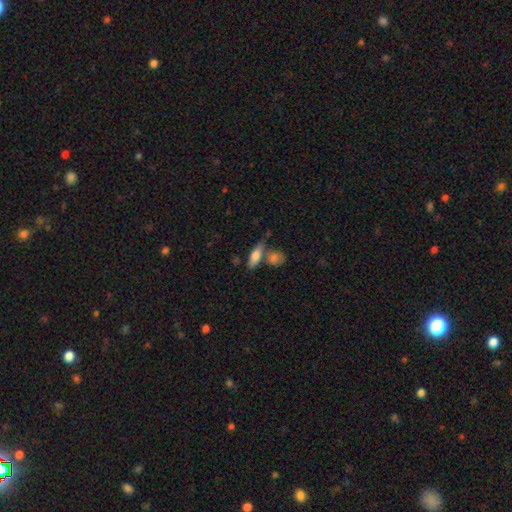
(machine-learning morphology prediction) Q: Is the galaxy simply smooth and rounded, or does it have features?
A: smooth — 72%.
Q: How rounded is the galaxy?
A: in between — 59%.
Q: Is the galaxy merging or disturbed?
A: none — 54%.